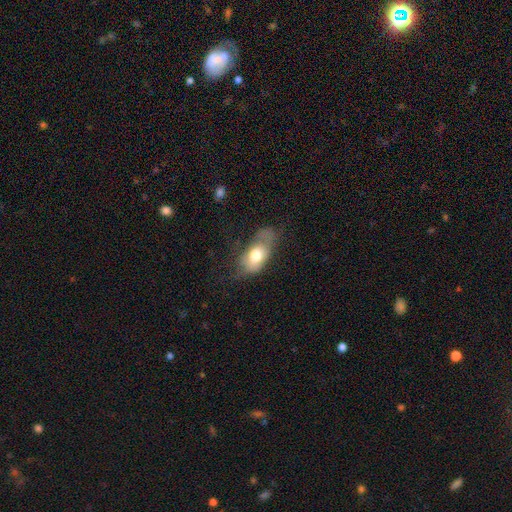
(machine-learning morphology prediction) This appears to be a smooth galaxy with no disk features (68%) that is in between round and cigar-shaped (90%). Merging: none (35%).